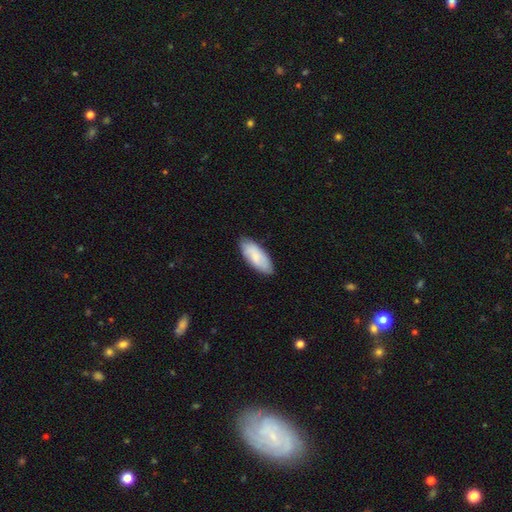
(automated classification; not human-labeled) Smooth or featured?
  - smooth: 79% *
  - featured or disk: 15%
  - star or artifact: 5%
How rounded?
  - in between: 82% *
  - cigar-shaped: 16%
  - round: 2%
Merging?
  - none: 82% *
  - minor disturbance: 15%
  - major disturbance: 2%
  - merger: 1%